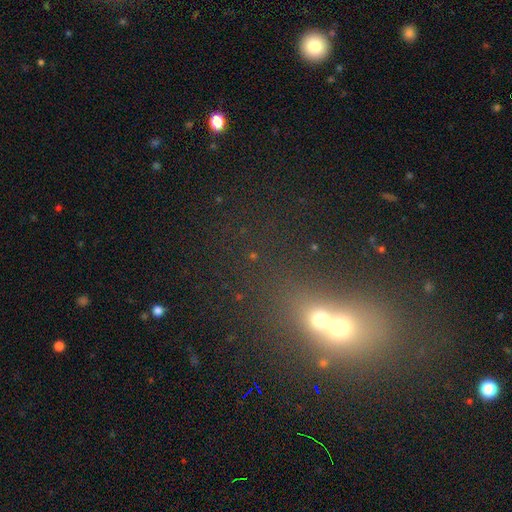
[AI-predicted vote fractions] Smooth or featured? Predicted: smooth (p=0.42). Merging? Predicted: merger (p=0.65).